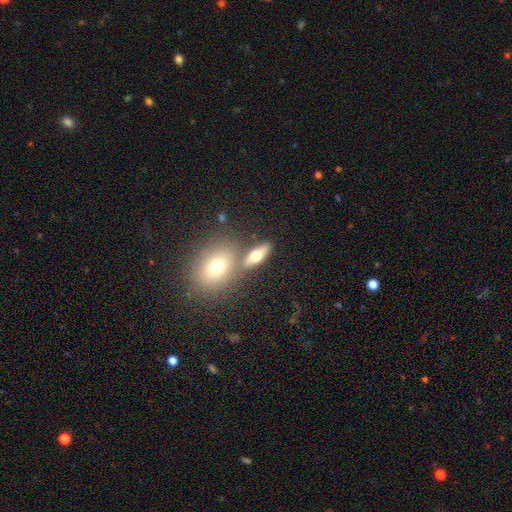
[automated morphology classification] Smooth or featured: smooth — 64% (featured or disk — 27%)
How rounded: in between — 66% (cigar-shaped — 23%)
Merging: none — 65% (merger — 20%)